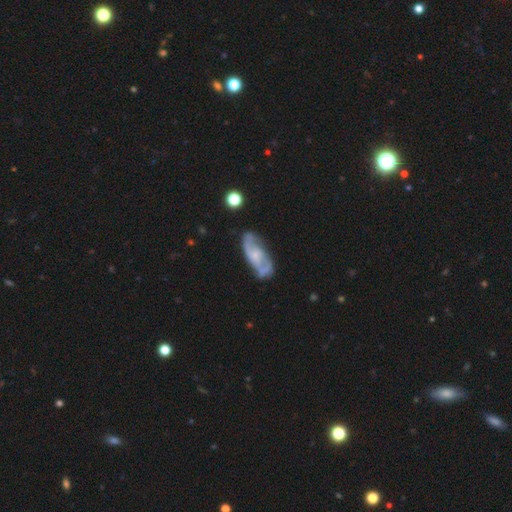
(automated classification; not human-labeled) This is likely a featured or disk galaxy (74%). It is clearly not viewed edge-on (91%). Bar: possibly no (58%). Spiral arm pattern: clearly yes (89%). Spiral arm count: likely 2 (75%). Spiral winding: possibly medium (47%). Central bulge: possibly small (49%). Merging: likely none (67%).